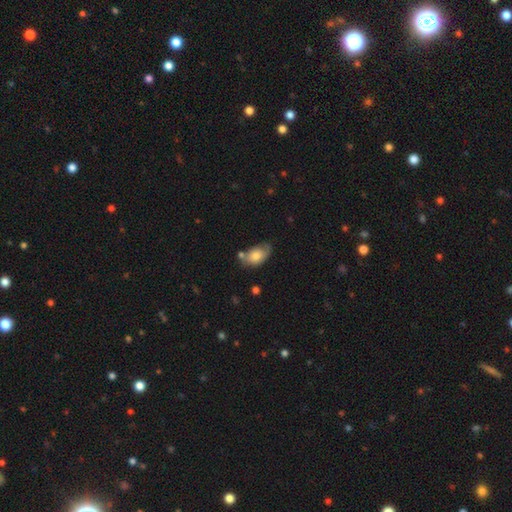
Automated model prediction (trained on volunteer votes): A smooth galaxy with no disk features (70%) that is in between round and cigar-shaped (88%). Merging: none (49%).